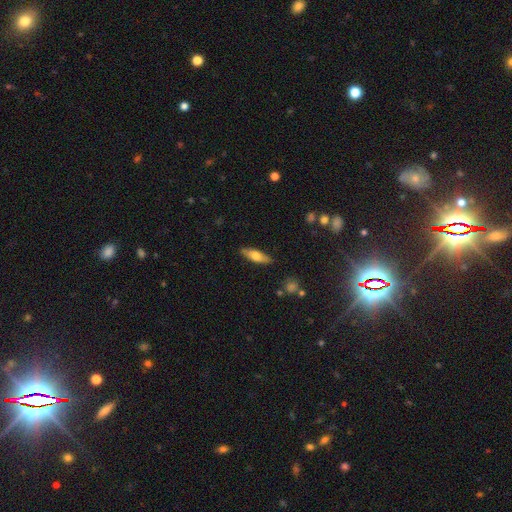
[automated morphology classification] A smooth galaxy with no disk features (64%) that is in between round and cigar-shaped (50%). Merging: none (85%).